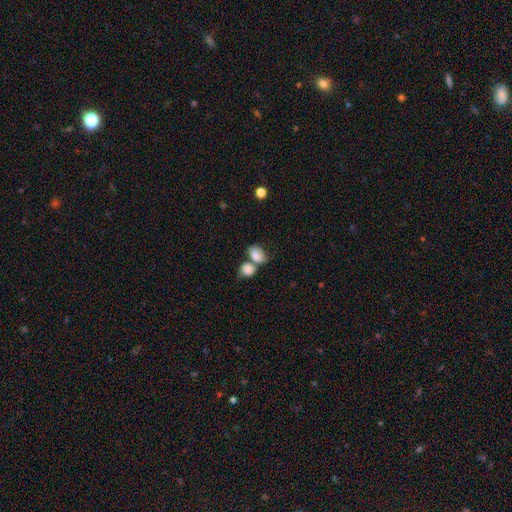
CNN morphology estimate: Q: Smooth or featured?
A: smooth (80%); runner-up: featured or disk (12%)
Q: How rounded?
A: in between (74%); runner-up: round (24%)
Q: Merging?
A: merger (53%); runner-up: none (27%)